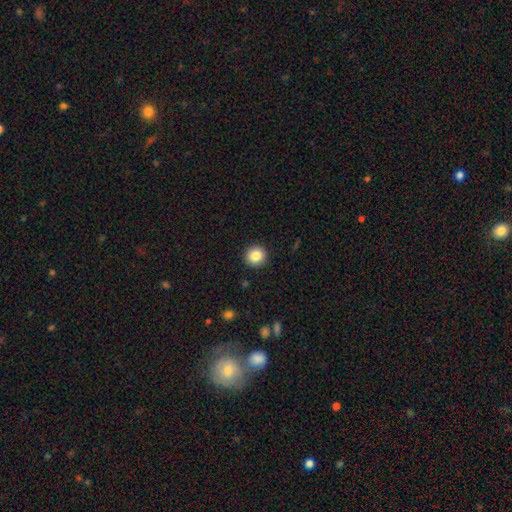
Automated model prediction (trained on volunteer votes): smooth 85%, star or artifact 10%, featured or disk 5%. Down the decision tree: how rounded — round (93%); merging — none (92%).